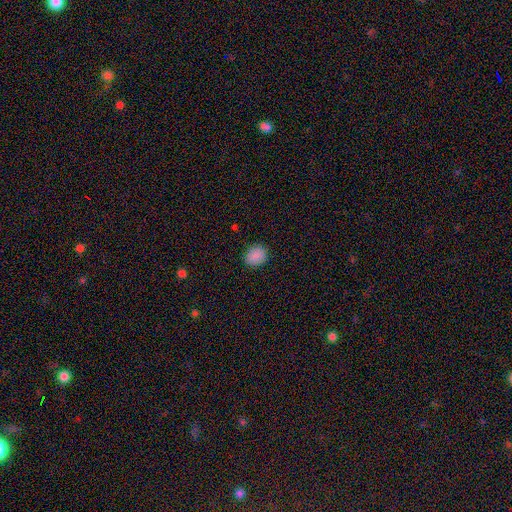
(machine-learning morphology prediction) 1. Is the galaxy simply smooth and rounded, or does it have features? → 88% smooth, 9% star or artifact, 3% featured or disk.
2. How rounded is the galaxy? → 60% round, 39% in between, 1% cigar-shaped.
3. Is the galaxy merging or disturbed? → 88% none, 8% minor disturbance, 2% major disturbance, 1% merger.